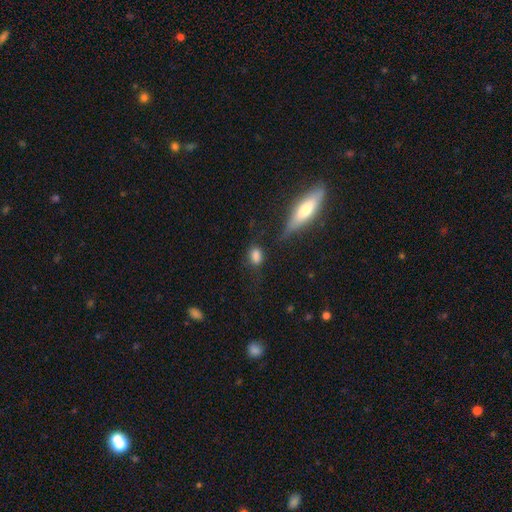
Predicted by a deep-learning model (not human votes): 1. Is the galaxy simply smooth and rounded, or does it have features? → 81% smooth, 10% star or artifact, 9% featured or disk.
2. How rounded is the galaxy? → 71% in between, 24% round, 5% cigar-shaped.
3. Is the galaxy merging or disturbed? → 65% none, 19% minor disturbance, 9% major disturbance, 6% merger.